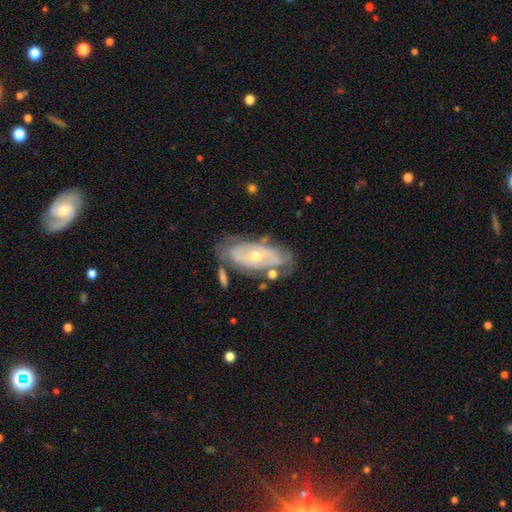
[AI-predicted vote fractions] A featured or disk galaxy (75%) with no bar (78%), spiral arms (70%) and a small central bulge (58%).

Vote fractions:
- Smooth or featured? featured or disk: 75% / smooth: 19% / star or artifact: 6%
- Edge-on disk? no: 90% / yes: 10%
- Bar? no: 78% / weak: 16% / strong: 5%
- Spiral arms? yes: 70% / no: 30%
- Bulge size? small: 58% / moderate: 39% / large: 1% / none: 1% / dominant: 1%
- Merging? none: 63% / minor disturbance: 21% / major disturbance: 9% / merger: 8%